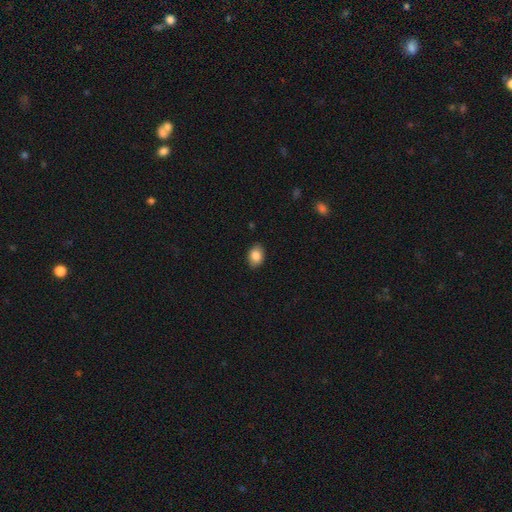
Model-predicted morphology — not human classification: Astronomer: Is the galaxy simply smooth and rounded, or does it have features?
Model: smooth — 85%.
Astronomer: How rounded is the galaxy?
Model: in between — 80%.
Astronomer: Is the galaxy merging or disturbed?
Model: none — 87%.